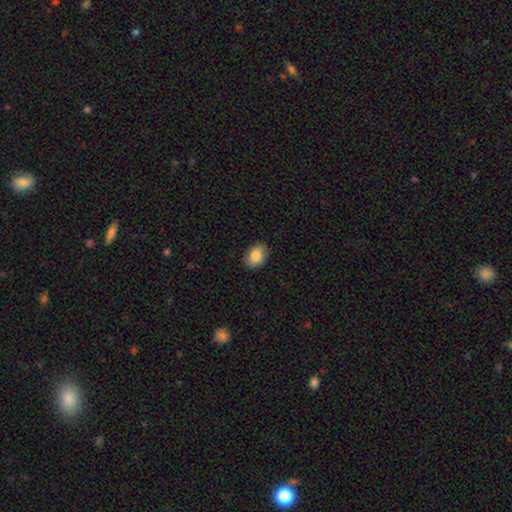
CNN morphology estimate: smooth_or_featured: smooth (p=0.86) [alt: star or artifact p=0.07]
how_rounded: in between (p=0.77) [alt: round p=0.22]
merging: none (p=0.84) [alt: minor disturbance p=0.12]